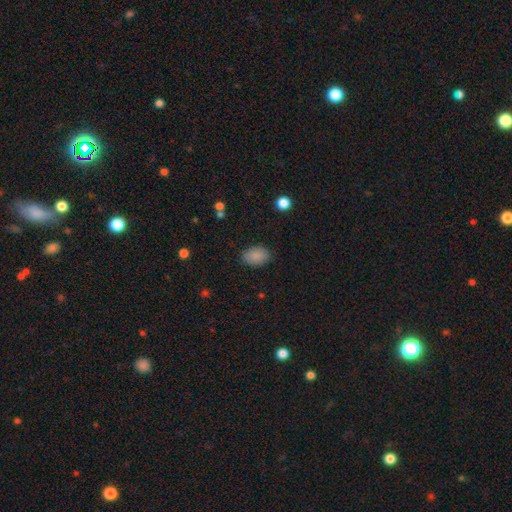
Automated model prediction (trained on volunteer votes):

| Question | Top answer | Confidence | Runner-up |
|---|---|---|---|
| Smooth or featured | smooth | 87% | star or artifact (8%) |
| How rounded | in between | 81% | round (18%) |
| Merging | none | 84% | minor disturbance (12%) |